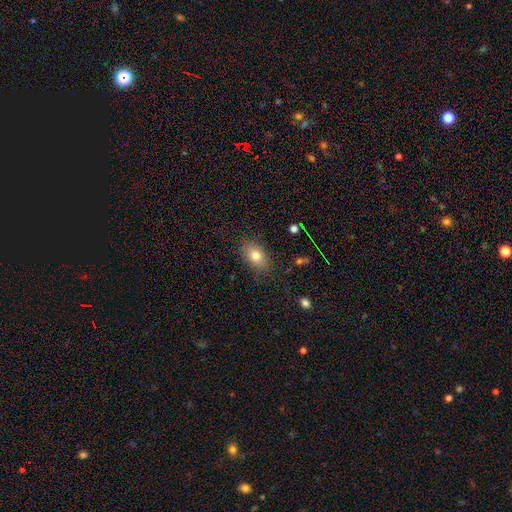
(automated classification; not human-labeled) smooth 79%, featured or disk 11%, star or artifact 10%. Down the decision tree: how rounded — in between (82%); merging — none (82%).